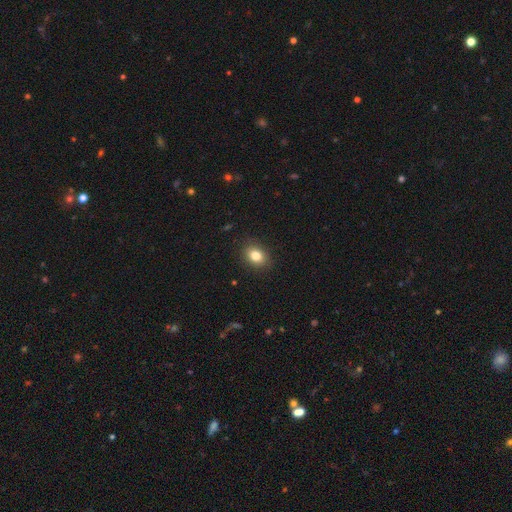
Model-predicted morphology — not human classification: A smooth galaxy with no disk features (82%) that is in between round and cigar-shaped (58%). Merging: none (88%).